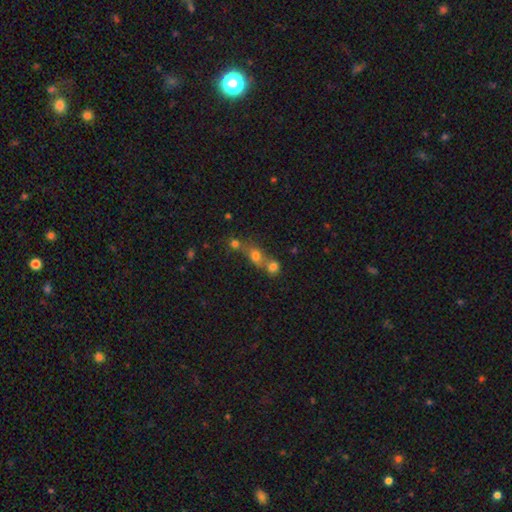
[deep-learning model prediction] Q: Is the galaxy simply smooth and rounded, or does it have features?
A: smooth — 68%.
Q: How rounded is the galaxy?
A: round — 71%.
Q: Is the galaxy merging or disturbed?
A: merger — 54%.